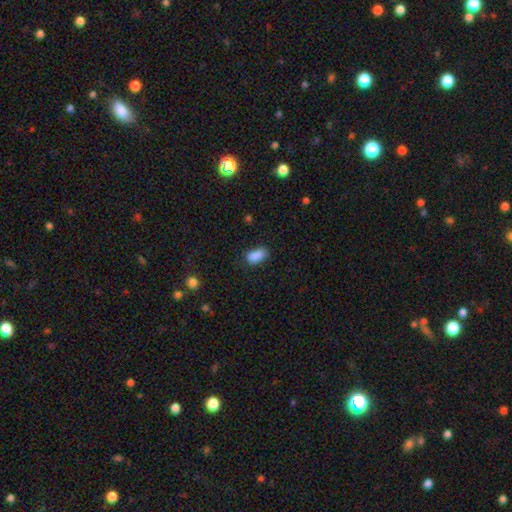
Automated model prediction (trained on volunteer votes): Smooth or featured? smooth (87%)
How rounded? in between (90%)
Merging? none (68%)